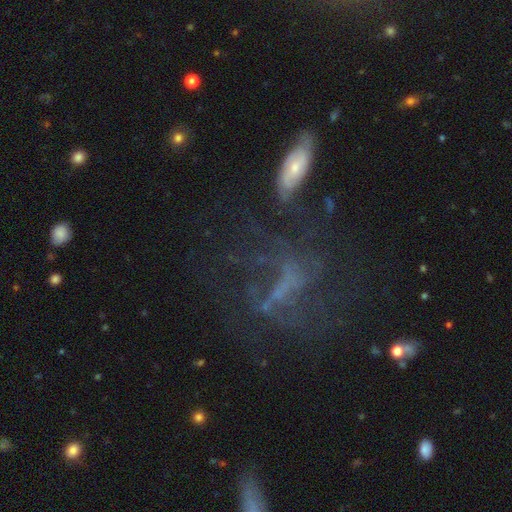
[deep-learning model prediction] smooth-or-featured: featured or disk: 50% | star or artifact: 28% | smooth: 22%
  merging: none: 49% | major disturbance: 27% | minor disturbance: 17% | merger: 7%